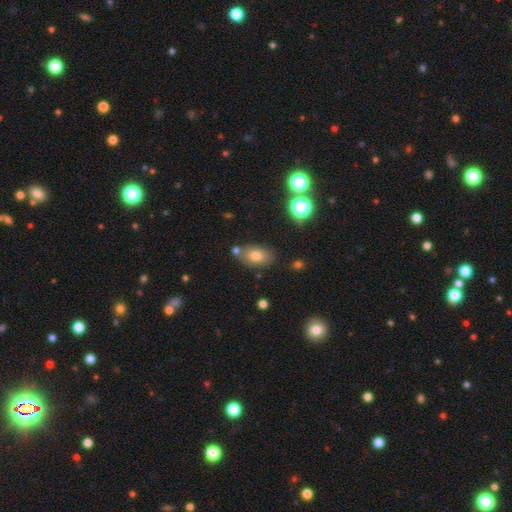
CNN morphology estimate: smooth_or_featured: smooth (p=0.74) [alt: featured or disk p=0.14]
how_rounded: in between (p=0.87) [alt: round p=0.11]
merging: none (p=0.73) [alt: minor disturbance p=0.14]